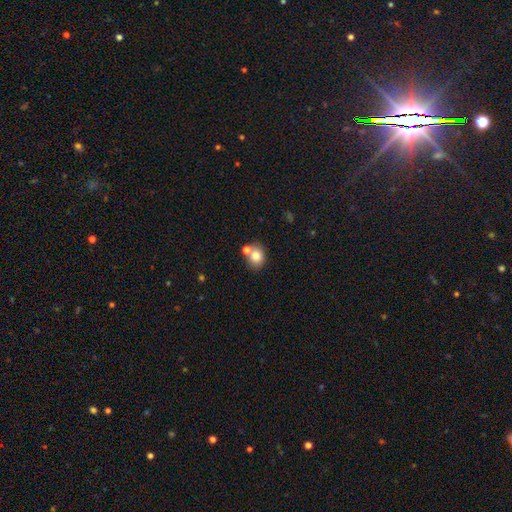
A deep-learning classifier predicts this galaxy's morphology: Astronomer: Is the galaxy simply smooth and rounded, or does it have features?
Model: smooth — 78%.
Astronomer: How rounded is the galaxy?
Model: round — 61% (runner-up: in between, 38%).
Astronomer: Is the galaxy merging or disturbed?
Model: none — 60%.